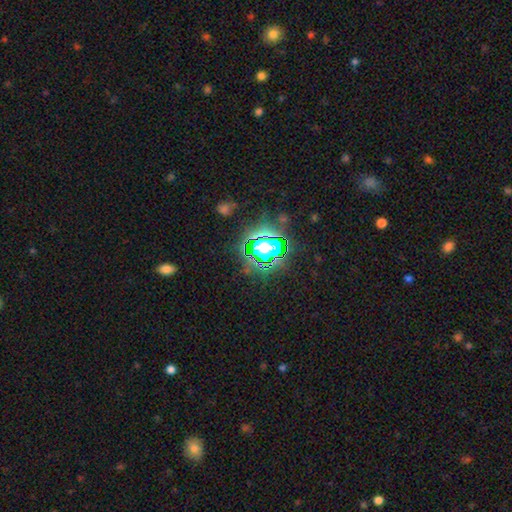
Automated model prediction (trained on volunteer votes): Smooth or featured: star or artifact — 77% (smooth — 15%)